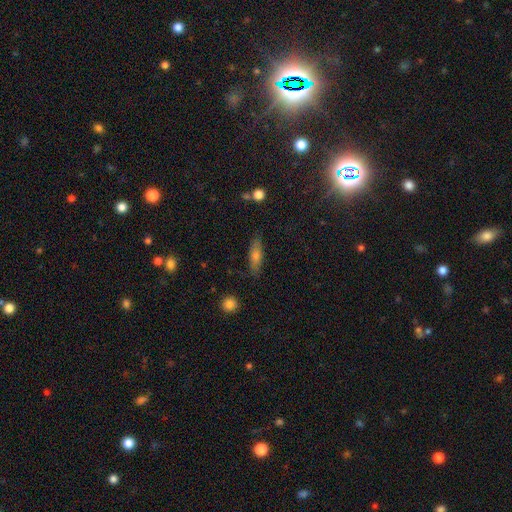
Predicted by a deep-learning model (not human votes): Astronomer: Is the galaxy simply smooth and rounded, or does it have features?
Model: smooth — 60%.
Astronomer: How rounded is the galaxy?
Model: cigar-shaped — 54% (runner-up: in between, 42%).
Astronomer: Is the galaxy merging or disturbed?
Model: none — 83%.